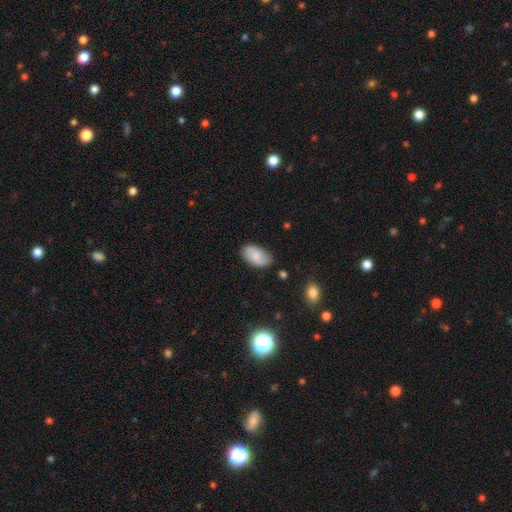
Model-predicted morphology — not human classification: smooth-or-featured: smooth: 67% | featured or disk: 26% | star or artifact: 7%
  how-rounded: in between: 94% | round: 4% | cigar-shaped: 2%
  merging: none: 81% | minor disturbance: 15% | major disturbance: 3% | merger: 2%